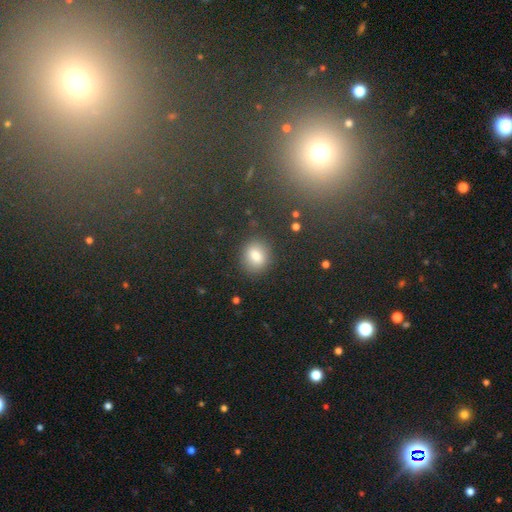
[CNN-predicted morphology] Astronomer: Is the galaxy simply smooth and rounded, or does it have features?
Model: smooth — 78%.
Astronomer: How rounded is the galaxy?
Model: round — 63%.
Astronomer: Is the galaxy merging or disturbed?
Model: none — 86%.